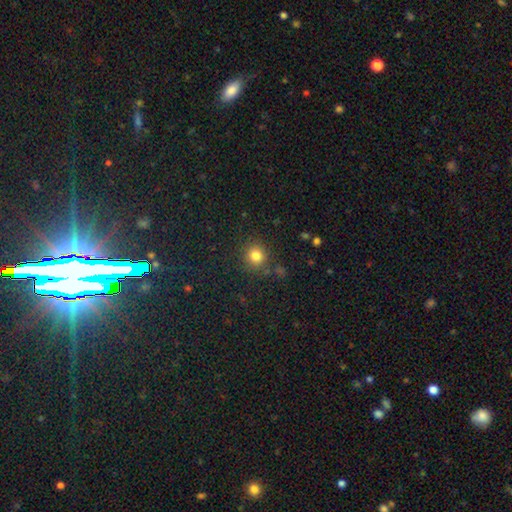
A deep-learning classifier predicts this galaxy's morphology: Smooth or featured?
  - smooth: 81% *
  - star or artifact: 14%
  - featured or disk: 6%
How rounded?
  - round: 91% *
  - in between: 8%
  - cigar-shaped: 1%
Merging?
  - none: 84% *
  - minor disturbance: 9%
  - major disturbance: 4%
  - merger: 4%